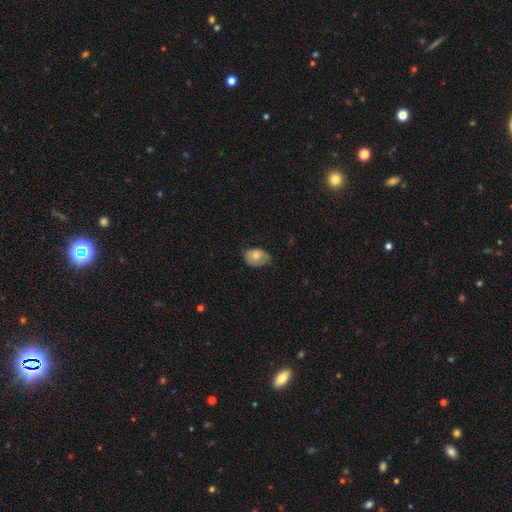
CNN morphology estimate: type=smooth (74%); roundness=in between (78%); merging=none (48%).